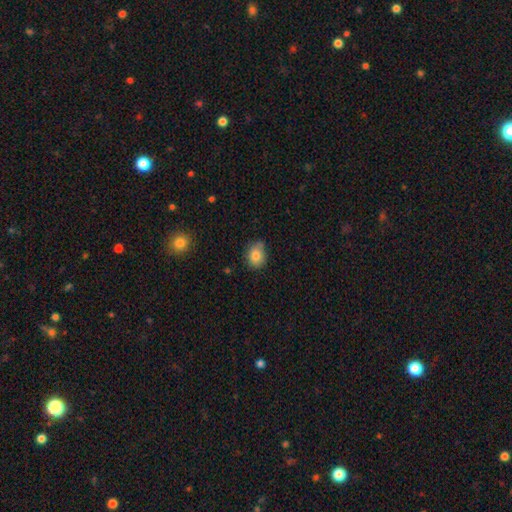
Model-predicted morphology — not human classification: type=smooth (81%); roundness=round (61%); merging=none (66%).